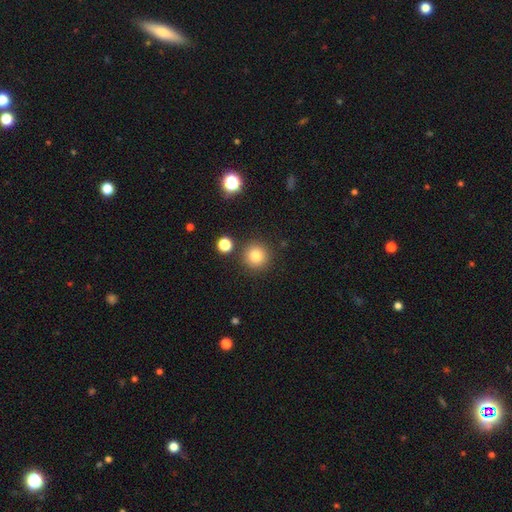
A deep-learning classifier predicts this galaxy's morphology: Overall: smooth (82%). How rounded: round (95%). Merging: none (87%).